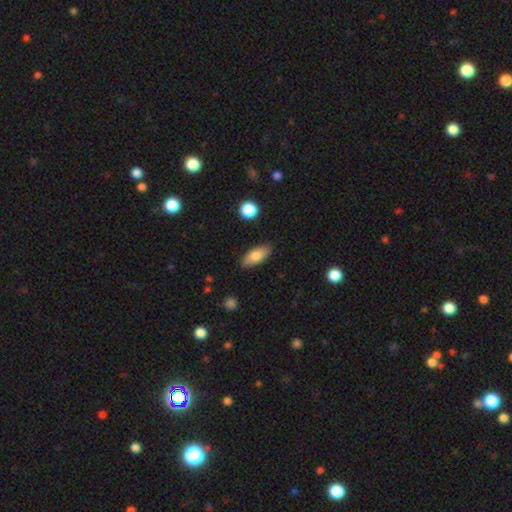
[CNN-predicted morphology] Smooth or featured? smooth (77%)
How rounded? in between (83%)
Merging? none (86%)